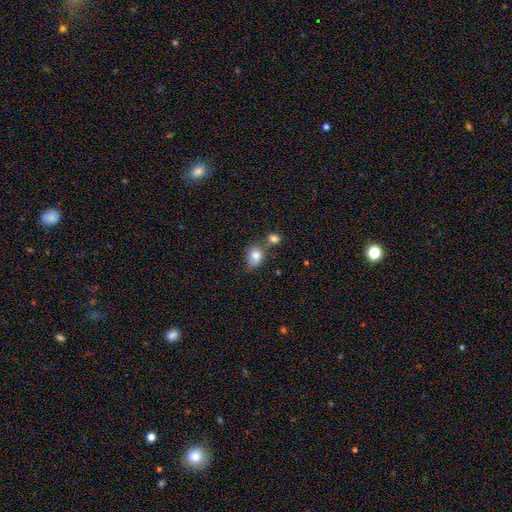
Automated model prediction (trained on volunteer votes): smooth_or_featured: smooth (p=0.79) [alt: featured or disk p=0.11]
how_rounded: in between (p=0.50) [alt: round p=0.48]
merging: none (p=0.40) [alt: merger p=0.29]